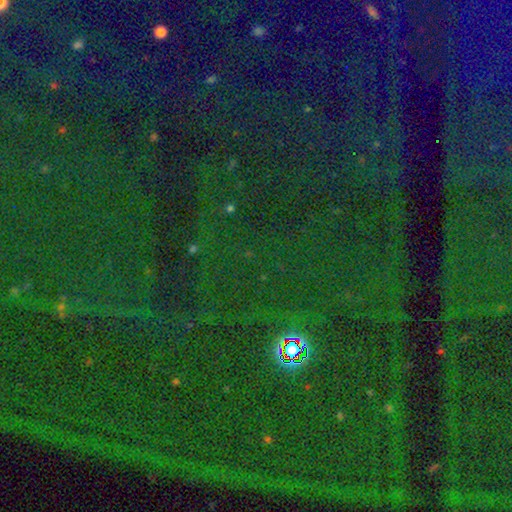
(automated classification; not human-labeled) This is clearly a star or artifact rather than a galaxy (83%).